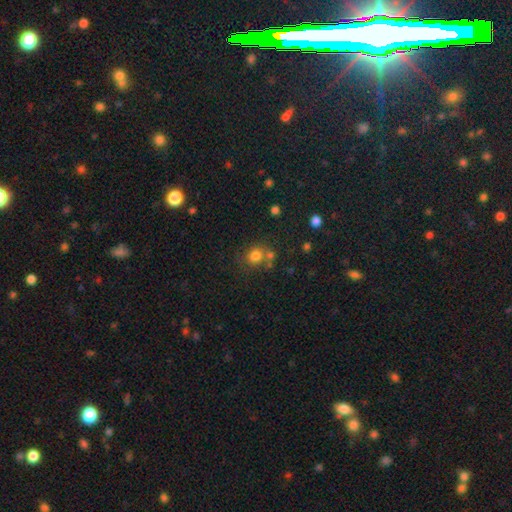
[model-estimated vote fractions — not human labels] A smooth galaxy with no disk features (77%) that is round (76%). Merging: none (61%).